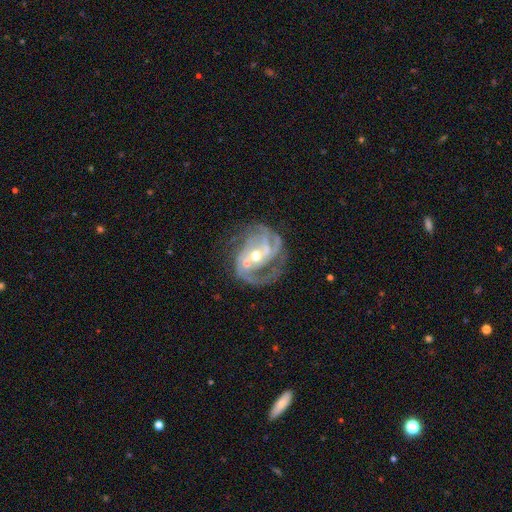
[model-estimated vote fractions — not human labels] Smooth or featured: featured or disk — 89% (star or artifact — 6%)
Edge-on disk: no — 98% (yes — 2%)
Bar: no — 53% (weak — 34%)
Spiral arms: yes — 96% (no — 4%)
Spiral winding: medium — 46% (tight — 39%)
Spiral arm count: 2 — 39% (3 — 29%)
Bulge size: moderate — 63% (small — 31%)
Merging: none — 49% (minor disturbance — 19%)